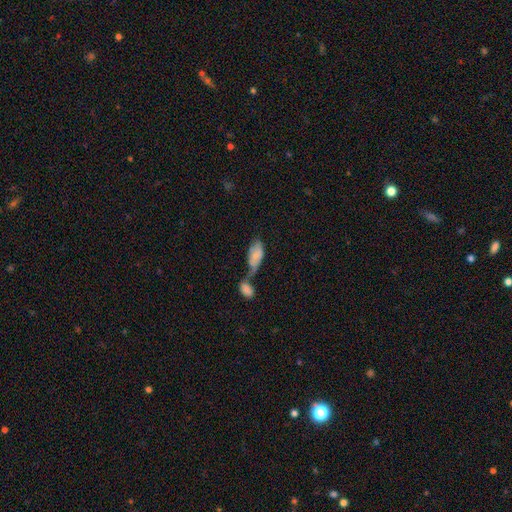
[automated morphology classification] Smooth or featured?
  - smooth: 70% *
  - featured or disk: 23%
  - star or artifact: 7%
How rounded?
  - in between: 90% *
  - cigar-shaped: 7%
  - round: 3%
Merging?
  - merger: 58% *
  - none: 17%
  - minor disturbance: 13%
  - major disturbance: 12%